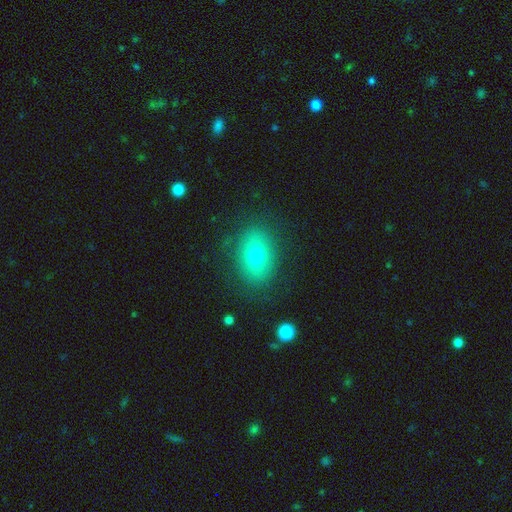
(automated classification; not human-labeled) A smooth galaxy with no disk features (71%) that is in between round and cigar-shaped (69%).

Vote fractions:
- Smooth or featured? smooth: 71% / featured or disk: 18% / star or artifact: 11%
- How rounded? in between: 69% / round: 30% / cigar-shaped: 1%
- Merging? none: 81% / minor disturbance: 12% / major disturbance: 5% / merger: 1%